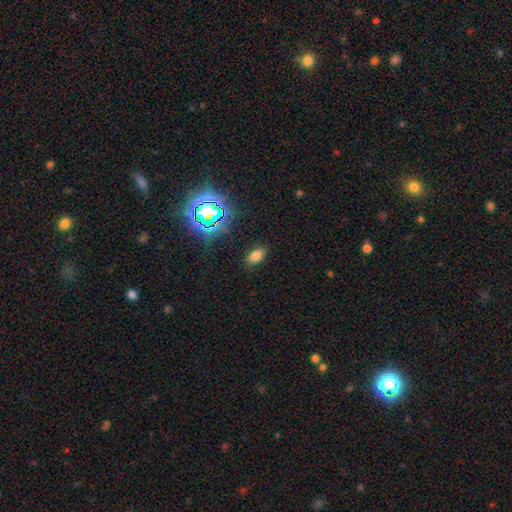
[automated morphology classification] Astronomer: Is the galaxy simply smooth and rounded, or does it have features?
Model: smooth — 69%.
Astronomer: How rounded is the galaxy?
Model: in between — 91%.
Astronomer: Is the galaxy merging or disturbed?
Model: none — 86%.